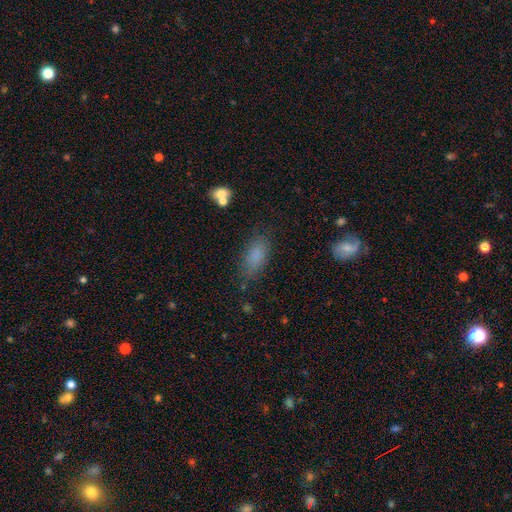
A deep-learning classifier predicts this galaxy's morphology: The model was most divided on "merging": none: 73%, minor disturbance: 18%, major disturbance: 6%, merger: 3%. More confident: how rounded — in between (84%); smooth or featured — smooth (82%).